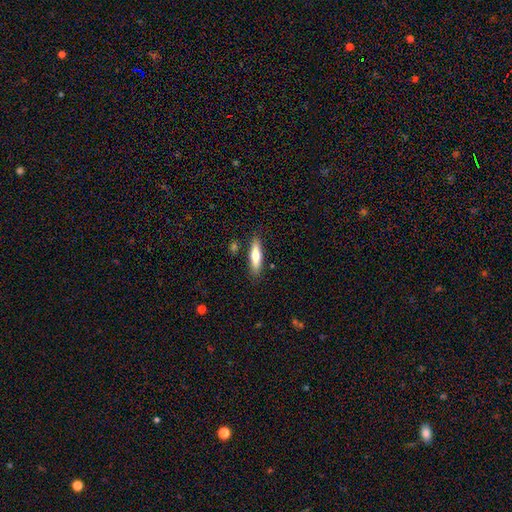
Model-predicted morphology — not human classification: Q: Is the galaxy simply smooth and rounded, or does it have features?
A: smooth — 65%.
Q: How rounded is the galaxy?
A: cigar-shaped — 69%.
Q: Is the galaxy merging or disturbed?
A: none — 85%.